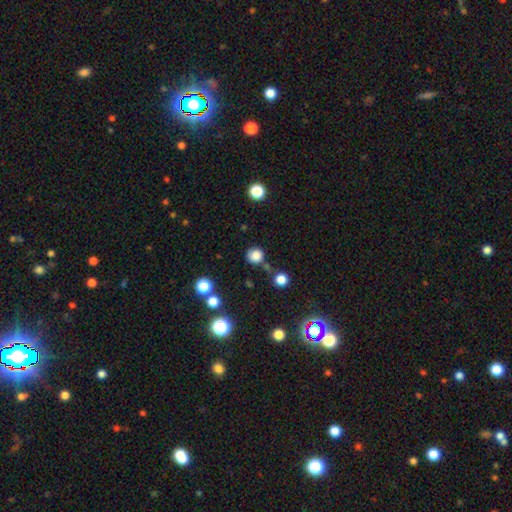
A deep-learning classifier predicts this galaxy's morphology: A smooth galaxy with no disk features (82%) that is round (90%).

Vote fractions:
- Smooth or featured? smooth: 82% / star or artifact: 14% / featured or disk: 4%
- How rounded? round: 90% / in between: 9% / cigar-shaped: 1%
- Merging? none: 72% / minor disturbance: 14% / merger: 9% / major disturbance: 5%